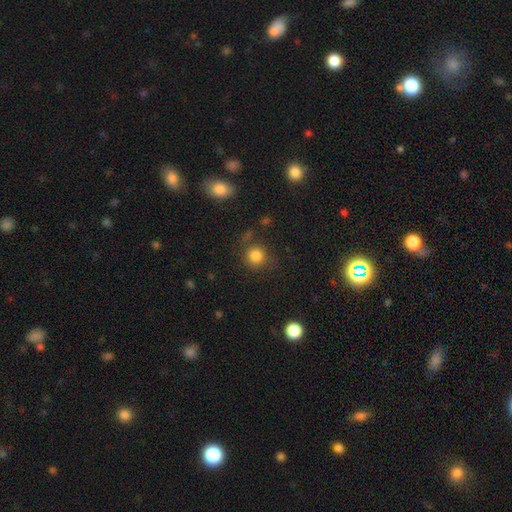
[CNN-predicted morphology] Smooth or featured: smooth — 83% (star or artifact — 11%)
How rounded: round — 89% (in between — 10%)
Merging: none — 74% (minor disturbance — 14%)